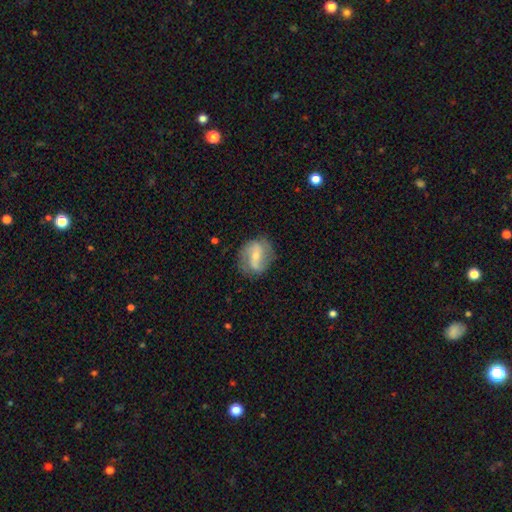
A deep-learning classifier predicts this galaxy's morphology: smooth_or_featured: featured or disk (p=0.71) [alt: smooth p=0.22]
disk_edge_on: no (p=0.96) [alt: yes p=0.04]
bar: weak (p=0.41) [alt: strong p=0.31]
has_spiral_arms: yes (p=0.88) [alt: no p=0.12]
spiral_winding: loose (p=0.47) [alt: medium p=0.37]
spiral_arm_count: 2 (p=0.84) [alt: can't tell p=0.08]
bulge_size: small (p=0.54) [alt: moderate p=0.41]
merging: none (p=0.76) [alt: minor disturbance p=0.16]